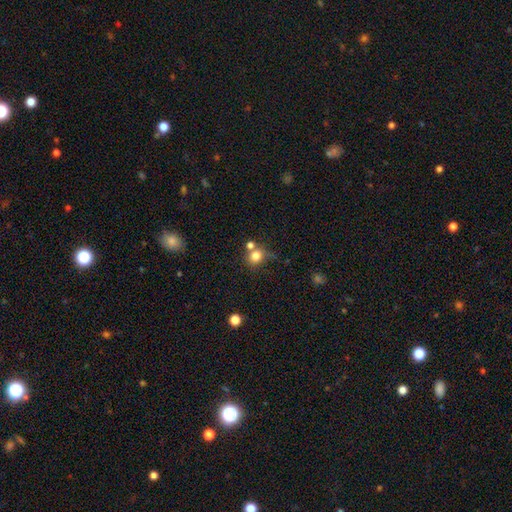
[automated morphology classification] smooth-or-featured: smooth: 79% | star or artifact: 12% | featured or disk: 8%
  how-rounded: round: 81% | in between: 18% | cigar-shaped: 1%
  merging: none: 55% | merger: 25% | minor disturbance: 14% | major disturbance: 6%